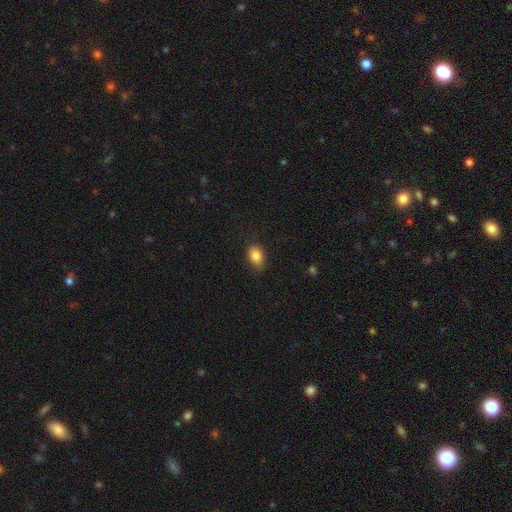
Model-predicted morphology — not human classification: Smooth or featured? smooth (84%)
How rounded? in between (81%)
Merging? none (84%)